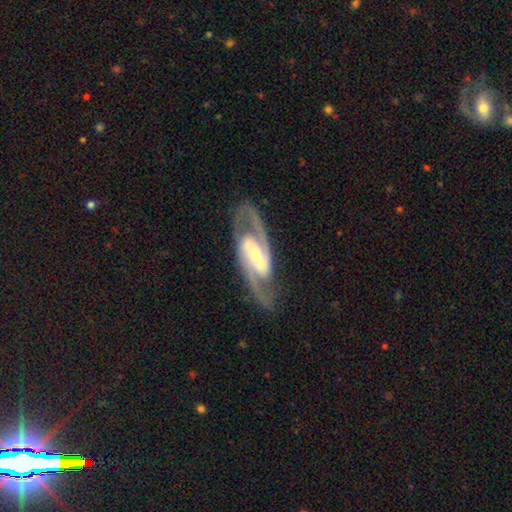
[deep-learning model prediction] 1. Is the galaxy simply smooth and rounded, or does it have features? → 91% featured or disk, 4% smooth, 4% star or artifact.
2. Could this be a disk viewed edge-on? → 95% no, 5% yes.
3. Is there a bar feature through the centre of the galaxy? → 57% strong, 31% weak, 12% no.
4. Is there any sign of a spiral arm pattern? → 97% yes, 3% no.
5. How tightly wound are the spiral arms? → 59% medium, 26% tight, 15% loose.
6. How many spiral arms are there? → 93% 2, 2% can't tell, 2% 3, 1% 1, 1% 4, 1% more than 4.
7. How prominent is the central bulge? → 47% small, 43% moderate, 6% large, 3% none, 1% dominant.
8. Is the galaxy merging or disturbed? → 82% none, 11% minor disturbance, 5% major disturbance, 1% merger.